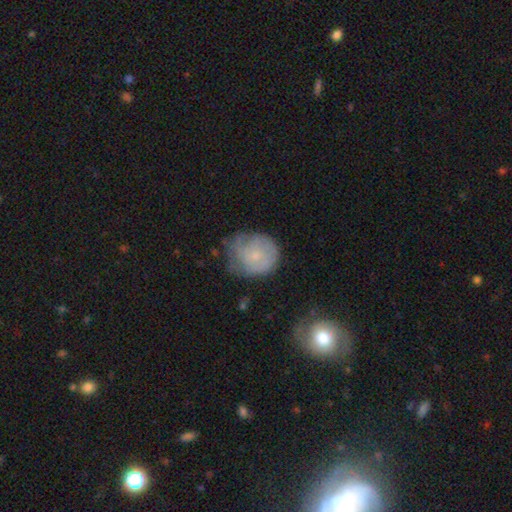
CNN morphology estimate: smooth-or-featured: smooth: 49% | featured or disk: 42% | star or artifact: 8%
  merging: none: 52% | minor disturbance: 30% | major disturbance: 15% | merger: 3%